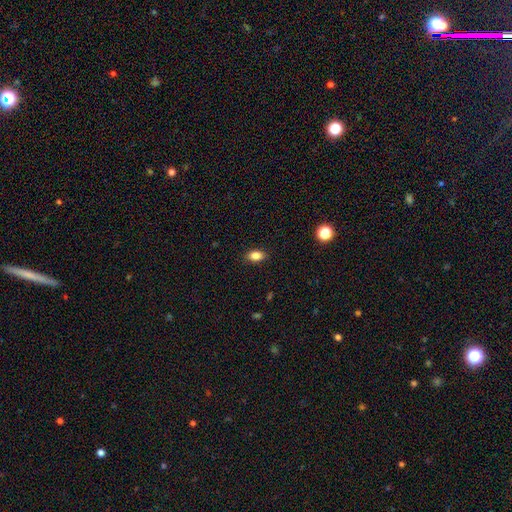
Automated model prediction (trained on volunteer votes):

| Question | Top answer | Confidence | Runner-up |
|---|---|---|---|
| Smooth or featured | smooth | 83% | star or artifact (9%) |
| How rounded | in between | 84% | round (13%) |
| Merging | none | 87% | minor disturbance (10%) |